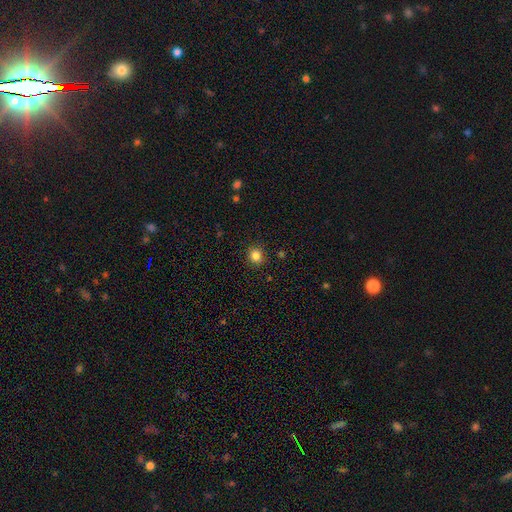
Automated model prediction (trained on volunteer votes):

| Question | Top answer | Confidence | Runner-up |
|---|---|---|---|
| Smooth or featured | smooth | 83% | star or artifact (12%) |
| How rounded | round | 88% | in between (11%) |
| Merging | none | 90% | minor disturbance (6%) |